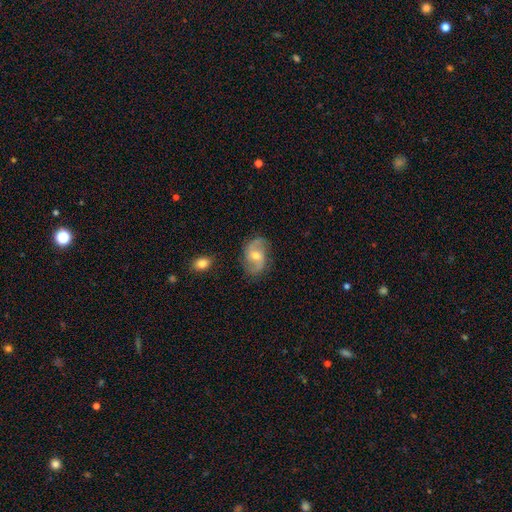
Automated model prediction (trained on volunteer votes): Overall: featured or disk (80%). Edge-on disk: no (97%). Bar: no (46%; weak 43%). Spiral arms: yes (94%). Spiral arm count: 2 (91%). Spiral winding: loose (48%; medium 40%). Bulge size: moderate (60%; small 34%). Merging: none (79%).